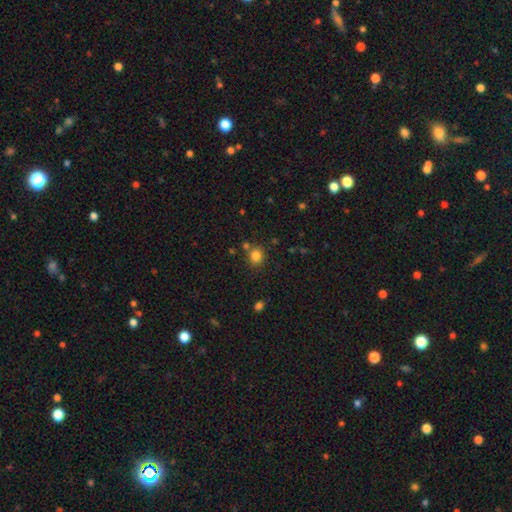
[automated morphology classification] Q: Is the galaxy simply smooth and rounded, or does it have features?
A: smooth — 82%.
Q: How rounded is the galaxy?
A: round — 77%.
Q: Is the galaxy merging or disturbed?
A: none — 76%.